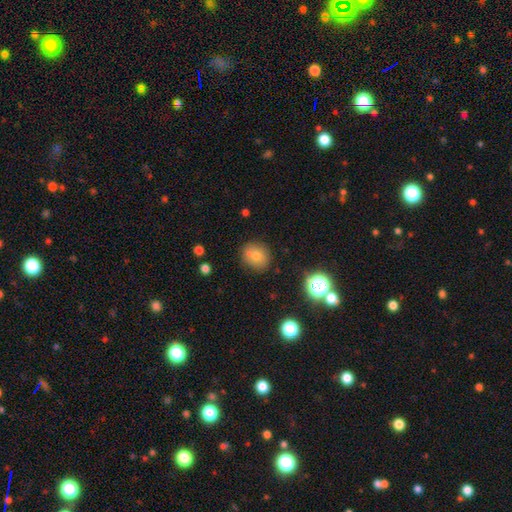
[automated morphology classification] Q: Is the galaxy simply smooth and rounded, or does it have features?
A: smooth — 72%.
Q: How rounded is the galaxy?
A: round — 78%.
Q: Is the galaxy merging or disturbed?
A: none — 71%.